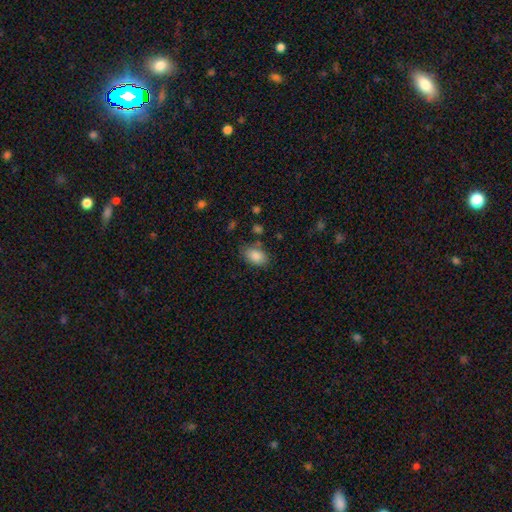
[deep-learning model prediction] Smooth or featured?
  - smooth: 87% *
  - star or artifact: 8%
  - featured or disk: 5%
How rounded?
  - in between: 88% *
  - round: 11%
  - cigar-shaped: 1%
Merging?
  - none: 77% *
  - minor disturbance: 15%
  - major disturbance: 4%
  - merger: 4%